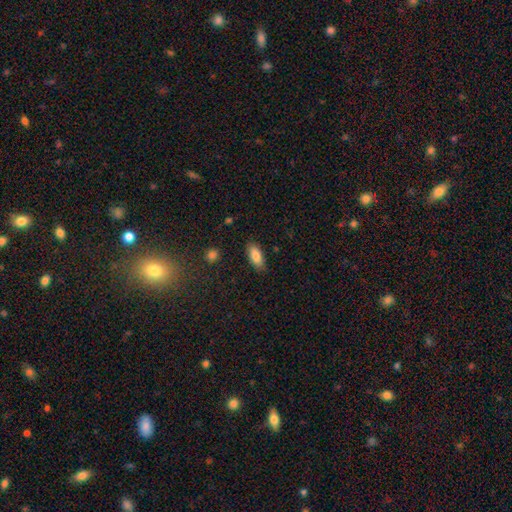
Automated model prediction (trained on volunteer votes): Overall: smooth (85%). How rounded: in between (83%). Merging: none (86%).